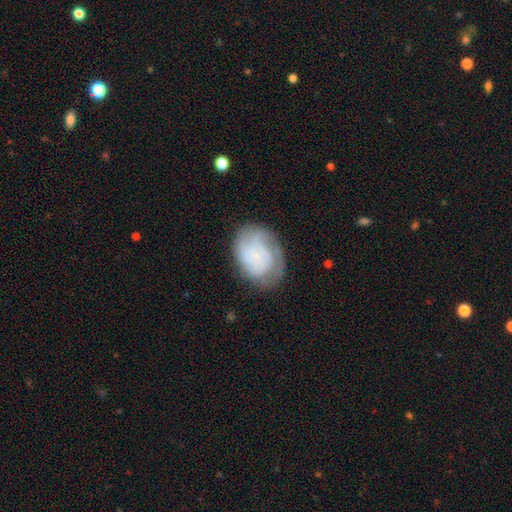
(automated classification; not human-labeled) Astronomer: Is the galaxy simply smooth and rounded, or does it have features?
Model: featured or disk — 69%.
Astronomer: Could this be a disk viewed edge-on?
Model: no — 98%.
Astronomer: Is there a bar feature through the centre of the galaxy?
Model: no — 72%.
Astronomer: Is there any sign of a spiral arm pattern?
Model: yes — 92%.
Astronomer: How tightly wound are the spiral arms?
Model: tight — 60%.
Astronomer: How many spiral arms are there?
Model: can't tell — 36% (runner-up: 3, 23%).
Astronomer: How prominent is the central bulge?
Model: small — 67%.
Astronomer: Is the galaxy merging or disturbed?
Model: none — 68%.